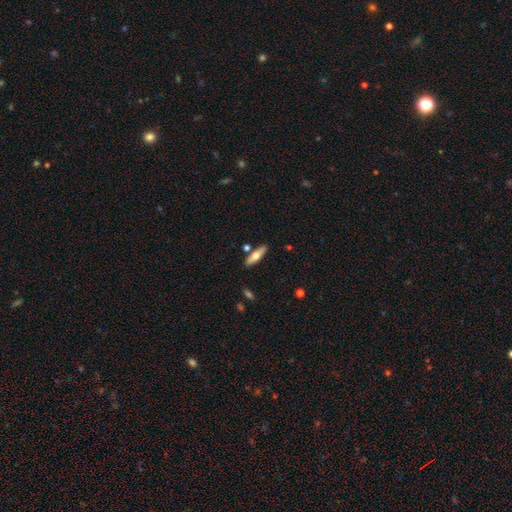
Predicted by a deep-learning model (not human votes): The model was most divided on "smooth or featured": smooth: 56%, featured or disk: 38%, star or artifact: 6%. More confident: merging — none (82%); how rounded — cigar-shaped (59%).